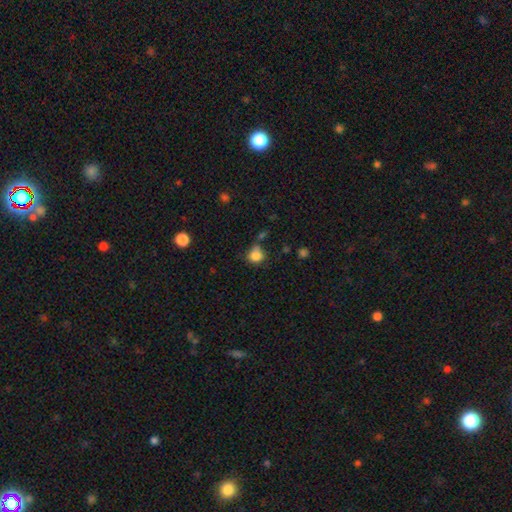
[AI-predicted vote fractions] This appears to be a smooth galaxy with no disk features (83%) that is round (76%). Merging: none (54%).